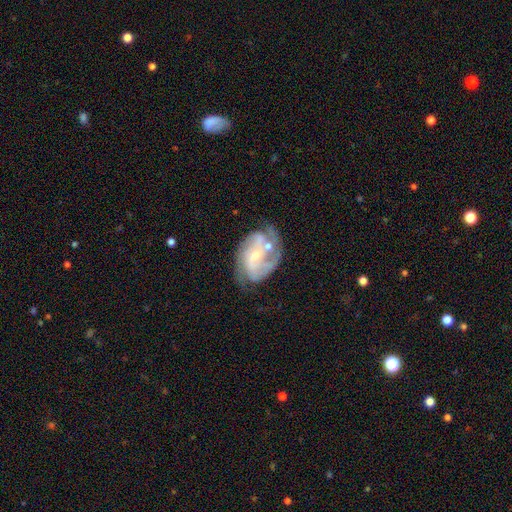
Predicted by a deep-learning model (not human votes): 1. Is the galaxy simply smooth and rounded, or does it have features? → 82% featured or disk, 11% smooth, 6% star or artifact.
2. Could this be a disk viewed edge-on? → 97% no, 3% yes.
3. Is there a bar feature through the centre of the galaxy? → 54% no, 35% weak, 11% strong.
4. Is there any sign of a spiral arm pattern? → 92% yes, 8% no.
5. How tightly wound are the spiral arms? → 43% medium, 42% tight, 15% loose.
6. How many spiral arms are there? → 39% 2, 25% 3, 22% can't tell, 6% 4, 5% 1, 4% more than 4.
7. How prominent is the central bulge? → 62% small, 31% moderate, 4% none, 2% large, 1% dominant.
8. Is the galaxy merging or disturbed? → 52% none, 22% minor disturbance, 14% major disturbance, 12% merger.